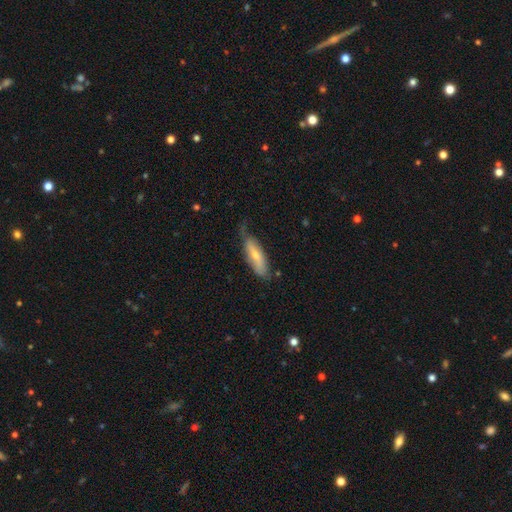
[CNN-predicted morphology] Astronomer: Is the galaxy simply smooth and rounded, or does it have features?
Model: smooth — 58% (runner-up: featured or disk, 36%).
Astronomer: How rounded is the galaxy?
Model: in between — 53% (runner-up: cigar-shaped, 45%).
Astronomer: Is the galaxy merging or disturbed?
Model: none — 48% (runner-up: minor disturbance, 37%).